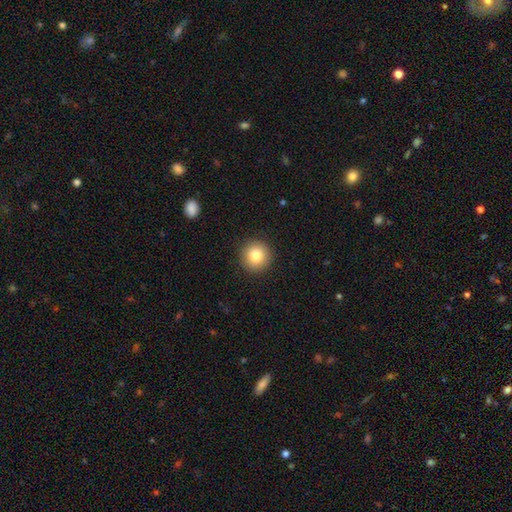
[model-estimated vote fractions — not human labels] smooth_or_featured: smooth (p=0.82) [alt: star or artifact p=0.10]
how_rounded: round (p=0.95) [alt: in between p=0.04]
merging: none (p=0.92) [alt: minor disturbance p=0.05]